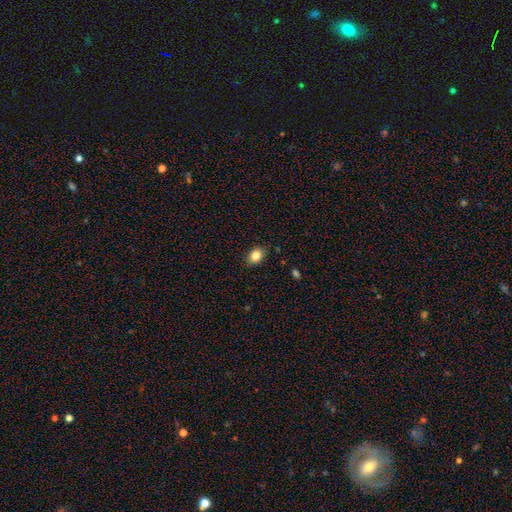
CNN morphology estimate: This is clearly a smooth galaxy (85%). How rounded: possibly in between (58%). Merging: clearly none (86%).